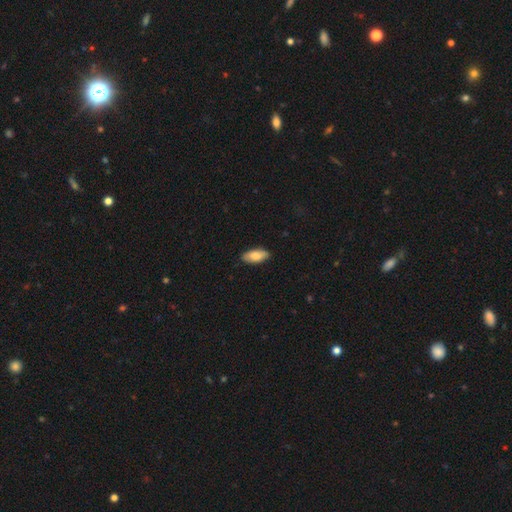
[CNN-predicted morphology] smooth 82%, featured or disk 12%, star or artifact 6%. Down the decision tree: how rounded — in between (87%); merging — none (87%).